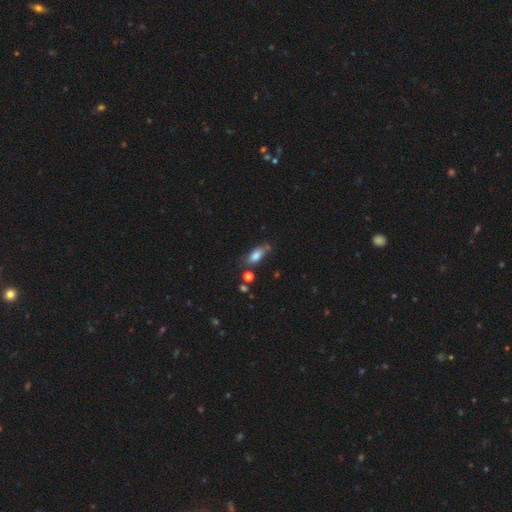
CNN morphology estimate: Smooth or featured? smooth (78%)
How rounded? in between (78%)
Merging? none (58%)